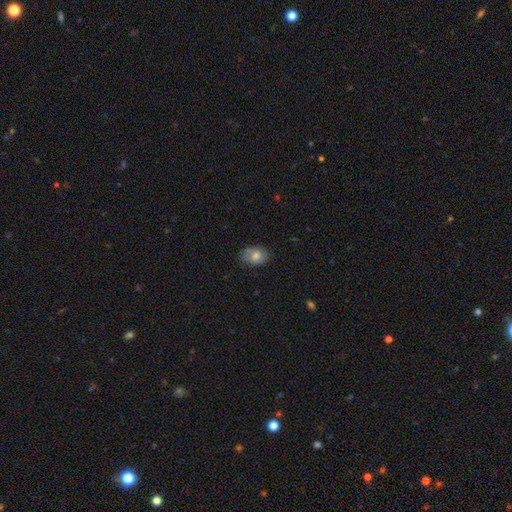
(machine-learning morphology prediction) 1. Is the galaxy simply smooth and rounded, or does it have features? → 74% smooth, 17% featured or disk, 9% star or artifact.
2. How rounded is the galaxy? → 75% in between, 24% round, 1% cigar-shaped.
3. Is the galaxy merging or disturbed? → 76% none, 19% minor disturbance, 4% major disturbance, 1% merger.